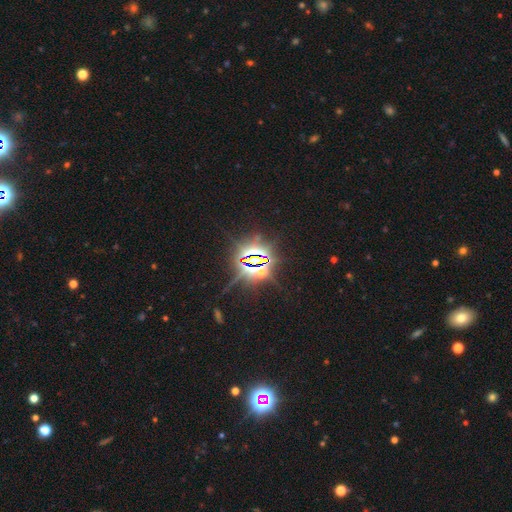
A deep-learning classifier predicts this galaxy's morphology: Smooth or featured: star or artifact — 85% (smooth — 8%)